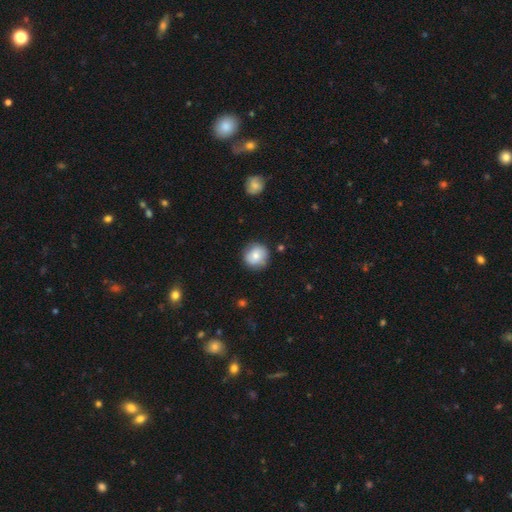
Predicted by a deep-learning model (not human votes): Smooth or featured: smooth — 74% (featured or disk — 18%)
How rounded: round — 91% (in between — 8%)
Merging: none — 84% (minor disturbance — 12%)